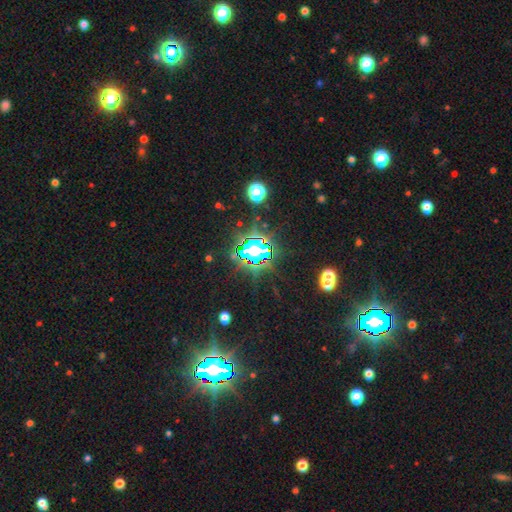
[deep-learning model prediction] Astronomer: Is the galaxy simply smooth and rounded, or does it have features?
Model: star or artifact — 74%.